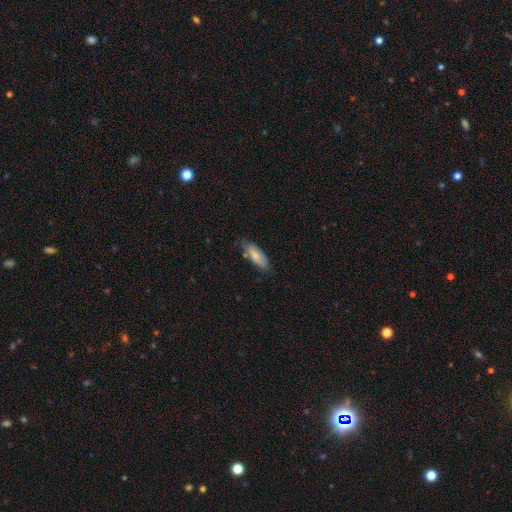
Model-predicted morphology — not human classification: Smooth or featured? Predicted: smooth (p=0.74). How rounded? Predicted: in between (p=0.66). Merging? Predicted: none (p=0.71).